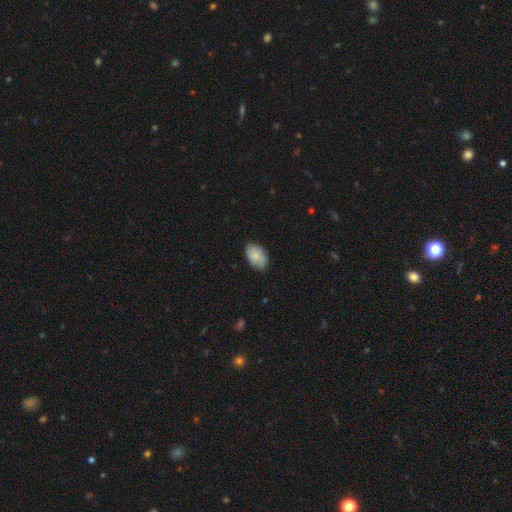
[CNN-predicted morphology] Smooth or featured? smooth (81%)
How rounded? in between (90%)
Merging? none (78%)